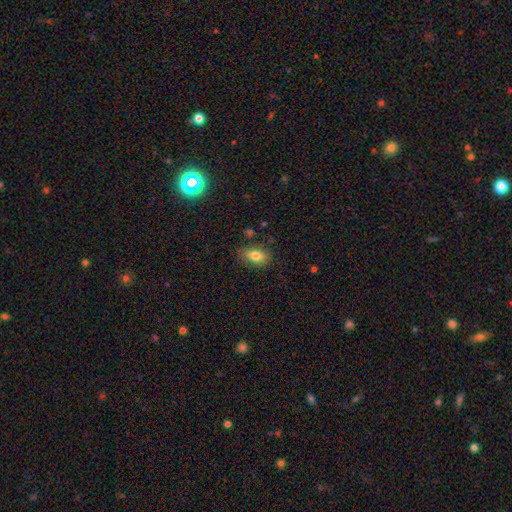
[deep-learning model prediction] This appears to be a smooth galaxy with no disk features (77%) that is in between round and cigar-shaped (87%). Merging: none (81%).